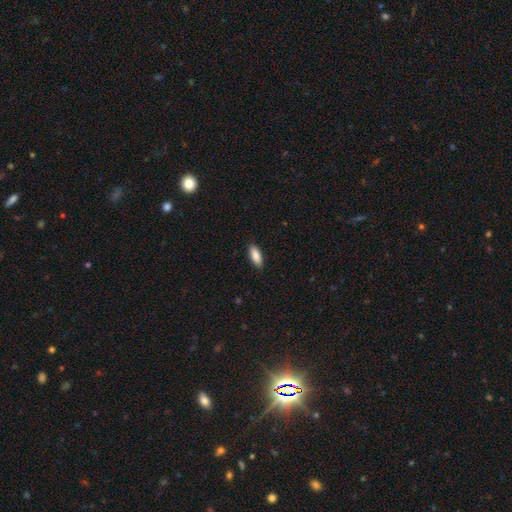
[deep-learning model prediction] Smooth or featured?
  - smooth: 87% *
  - featured or disk: 7%
  - star or artifact: 6%
How rounded?
  - in between: 78% *
  - cigar-shaped: 20%
  - round: 2%
Merging?
  - none: 90% *
  - minor disturbance: 8%
  - major disturbance: 2%
  - merger: 1%